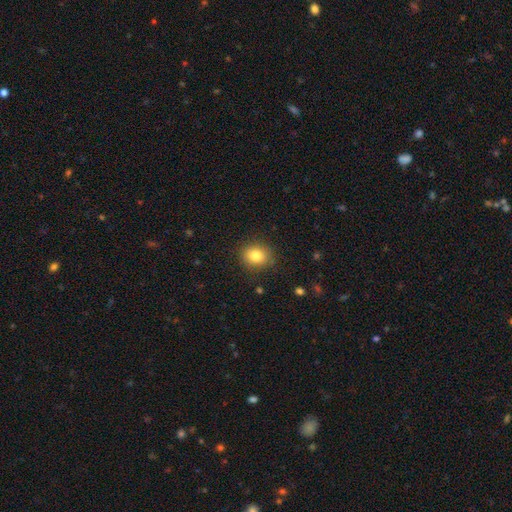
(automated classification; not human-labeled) The model was most divided on "how rounded": round: 74%, in between: 25%, cigar-shaped: 1%. More confident: merging — none (88%); smooth or featured — smooth (82%).